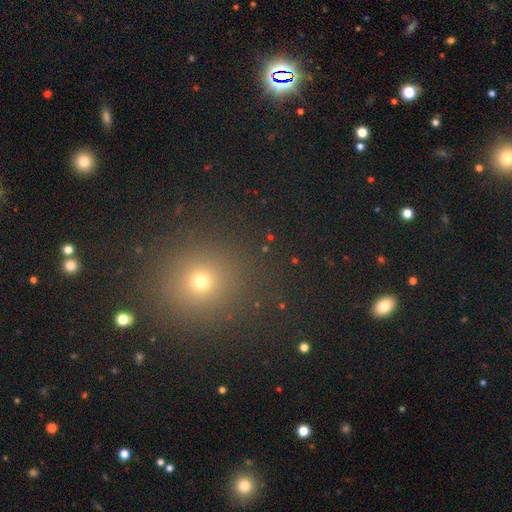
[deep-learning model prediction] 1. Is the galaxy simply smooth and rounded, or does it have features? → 54% smooth, 38% star or artifact, 7% featured or disk.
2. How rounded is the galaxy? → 91% round, 8% in between, 1% cigar-shaped.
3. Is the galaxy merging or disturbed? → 90% none, 6% minor disturbance, 3% major disturbance, 2% merger.